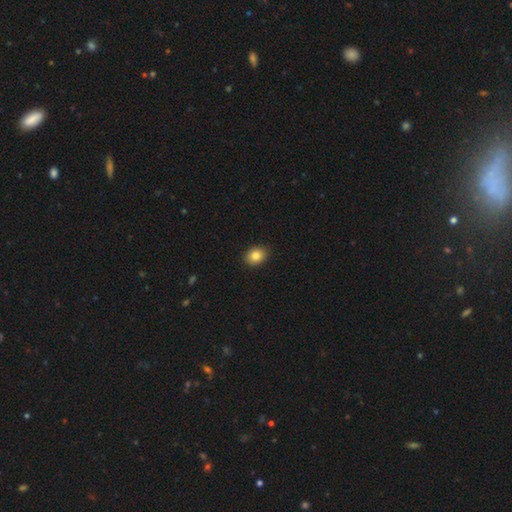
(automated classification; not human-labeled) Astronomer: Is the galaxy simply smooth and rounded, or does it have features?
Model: smooth — 84%.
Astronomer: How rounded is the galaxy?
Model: in between — 55% (runner-up: round, 44%).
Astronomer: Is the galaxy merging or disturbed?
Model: none — 89%.